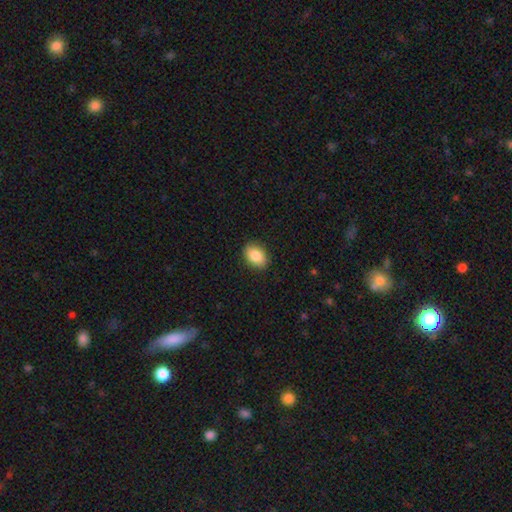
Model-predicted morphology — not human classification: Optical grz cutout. It shows a smooth galaxy with no disk features (87%) that is in between round and cigar-shaped (83%). Merging: none (90%).